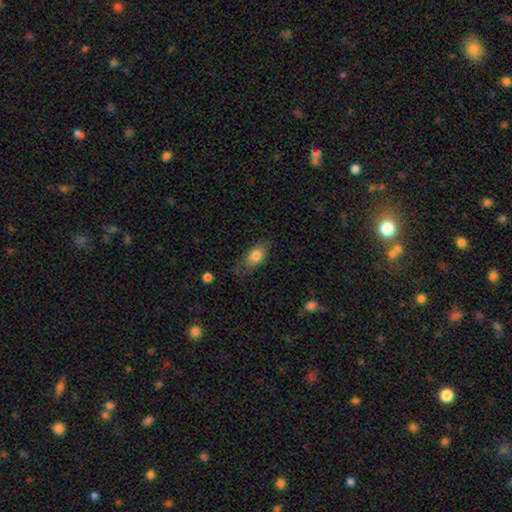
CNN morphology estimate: Smooth or featured: smooth — 79% (featured or disk — 13%)
How rounded: in between — 86% (round — 8%)
Merging: none — 62% (minor disturbance — 27%)